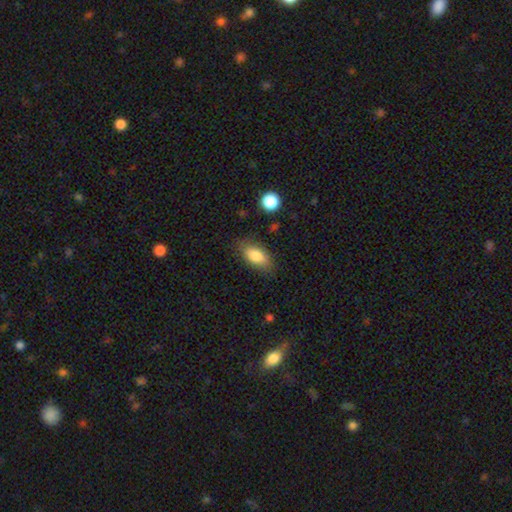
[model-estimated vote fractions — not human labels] A smooth galaxy with no disk features (81%) that is in between round and cigar-shaped (89%). Merging: none (77%).